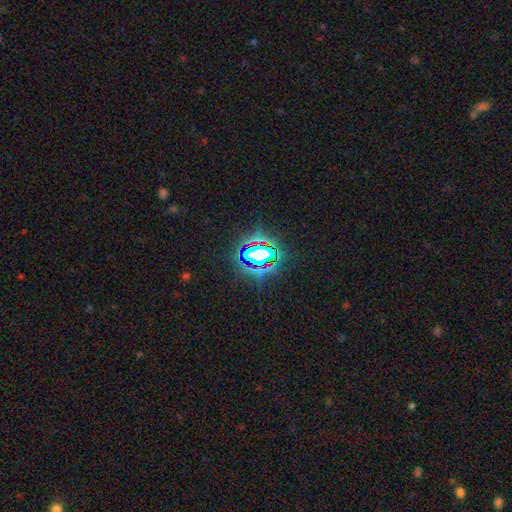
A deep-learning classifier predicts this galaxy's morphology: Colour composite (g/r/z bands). It shows a star or artifact, not a galaxy (80%).